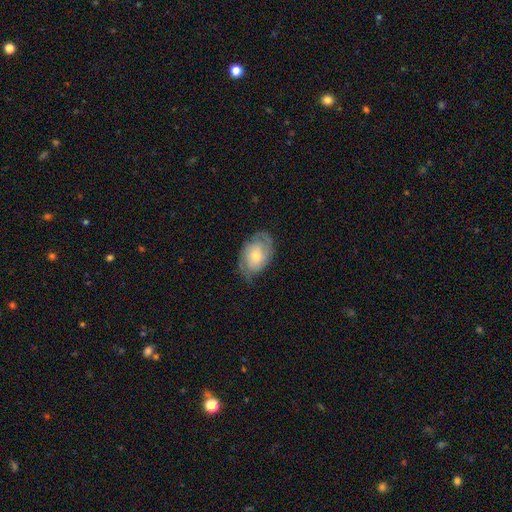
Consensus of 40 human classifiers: Smooth or featured: featured or disk — 65% (smooth — 25%)
Edge-on disk: no — 100%
Bar: no — 65% (weak — 23%)
Spiral arms: yes — 88% (no — 12%)
Spiral winding: tight — 61% (medium — 22%)
Spiral arm count: 2 — 52% (can't tell — 30%)
Bulge size: moderate — 58% (small — 38%)
Merging: none — 64% (minor disturbance — 31%)